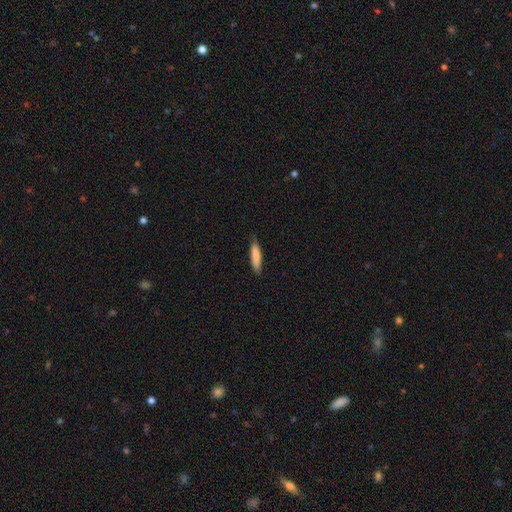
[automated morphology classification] Smooth or featured?
  - smooth: 84% *
  - featured or disk: 10%
  - star or artifact: 6%
How rounded?
  - cigar-shaped: 82% *
  - in between: 17%
  - round: 1%
Merging?
  - none: 83% *
  - minor disturbance: 14%
  - major disturbance: 2%
  - merger: 1%